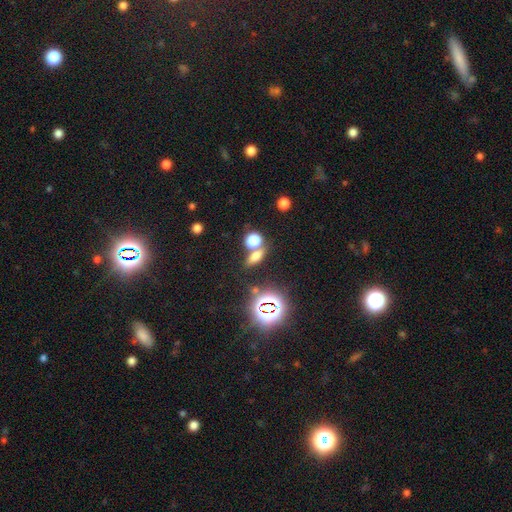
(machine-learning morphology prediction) Q: Smooth or featured?
A: smooth (57%); runner-up: star or artifact (27%)
Q: How rounded?
A: in between (49%); runner-up: round (29%)
Q: Merging?
A: none (63%); runner-up: merger (23%)